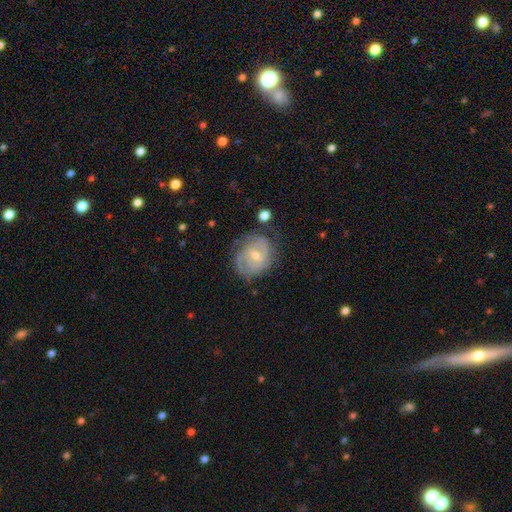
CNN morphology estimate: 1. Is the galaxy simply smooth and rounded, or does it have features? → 76% featured or disk, 18% smooth, 6% star or artifact.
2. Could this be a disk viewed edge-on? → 97% no, 3% yes.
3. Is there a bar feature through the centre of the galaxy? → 54% weak, 34% no, 12% strong.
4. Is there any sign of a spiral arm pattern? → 88% yes, 12% no.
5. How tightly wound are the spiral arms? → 58% tight, 32% medium, 10% loose.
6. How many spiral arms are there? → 40% 2, 34% can't tell, 14% 3, 4% 1, 4% 4, 3% more than 4.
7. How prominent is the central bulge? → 55% small, 42% moderate, 1% none, 1% large, 1% dominant.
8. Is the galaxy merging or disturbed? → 66% none, 22% minor disturbance, 9% major disturbance, 3% merger.